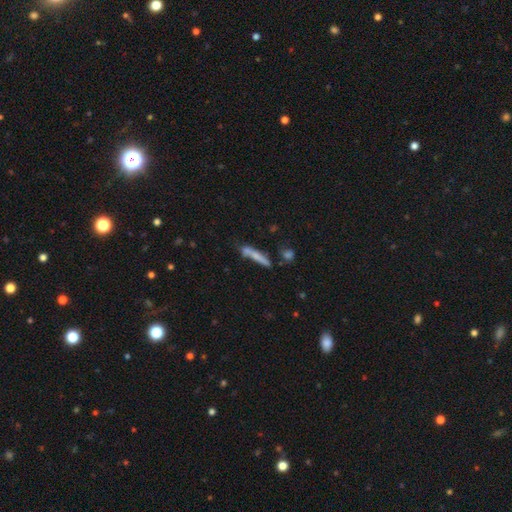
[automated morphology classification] type=smooth (63%); roundness=cigar-shaped (89%); merging=none (59%).